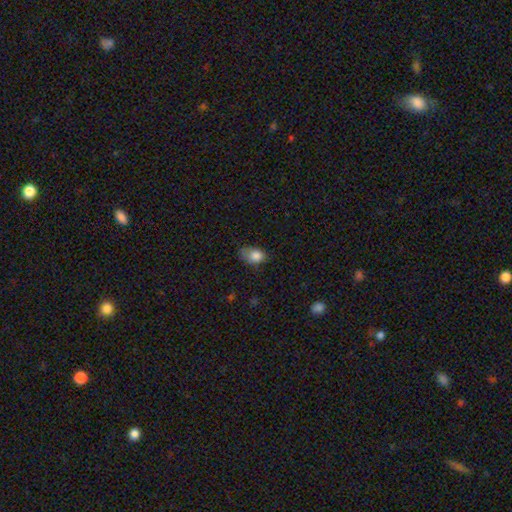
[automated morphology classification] Smooth or featured: smooth — 82% (star or artifact — 9%)
How rounded: in between — 75% (round — 23%)
Merging: minor disturbance — 41% (none — 39%)